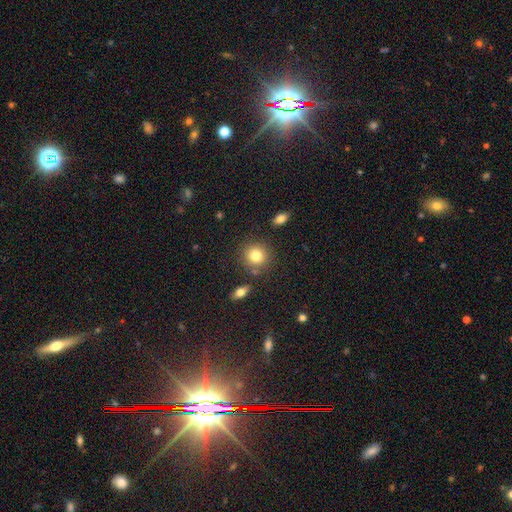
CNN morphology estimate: smooth_or_featured: smooth (p=0.81) [alt: star or artifact p=0.10]
how_rounded: round (p=0.85) [alt: in between p=0.13]
merging: none (p=0.80) [alt: minor disturbance p=0.09]